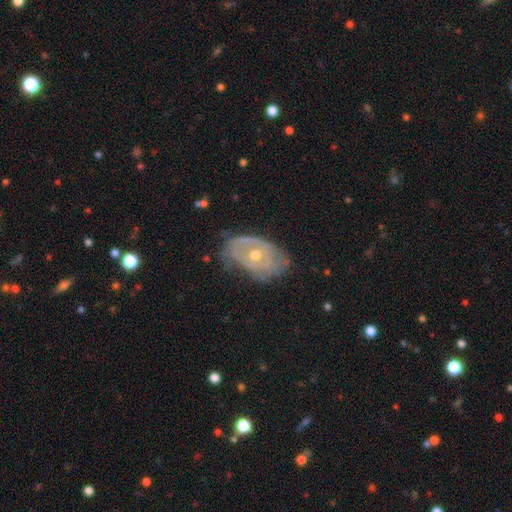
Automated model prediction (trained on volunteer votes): This is likely a featured or disk galaxy (72%). It is clearly not viewed edge-on (93%). Bar: clearly no (81%). Spiral arm pattern: possibly yes (52%). Central bulge: likely moderate (64%). Merging: possibly none (54%).